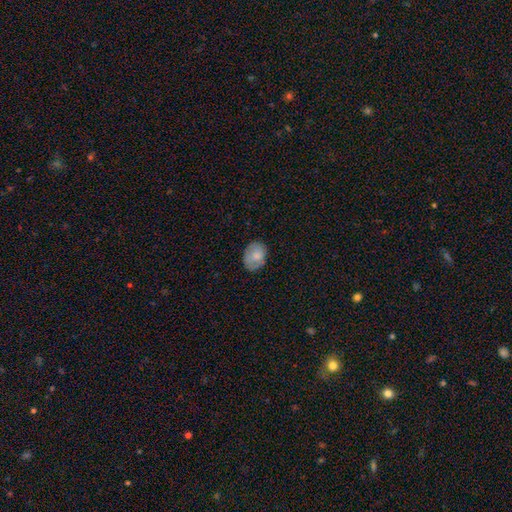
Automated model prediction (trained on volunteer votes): Smooth or featured: smooth — 76% (featured or disk — 16%)
How rounded: in between — 63% (round — 36%)
Merging: none — 76% (minor disturbance — 19%)